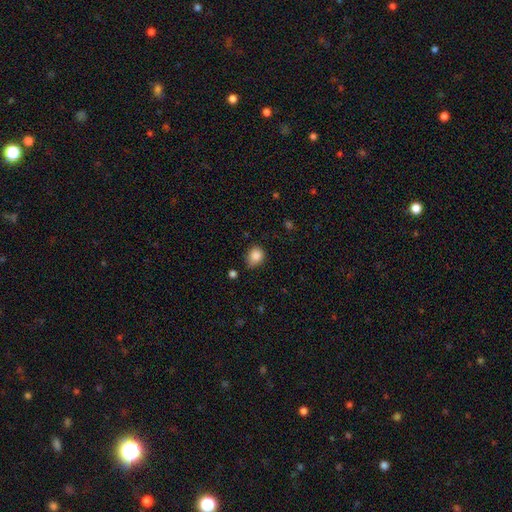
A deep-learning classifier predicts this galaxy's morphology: This is clearly a smooth galaxy (86%). How rounded: likely round (62%). Merging: likely none (63%).